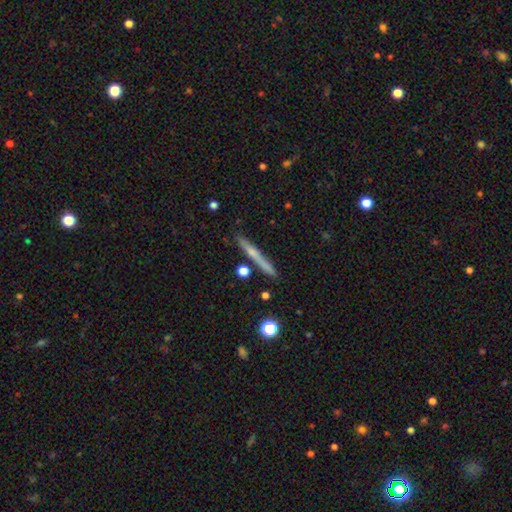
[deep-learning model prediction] Overall: featured or disk (52%; smooth 41%). Edge-on disk: yes (96%). Merging: none (86%).